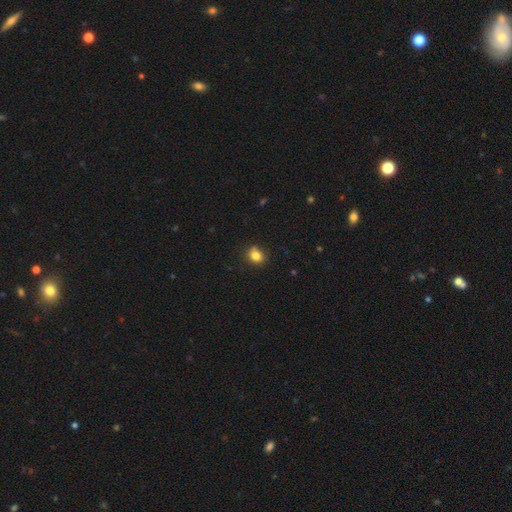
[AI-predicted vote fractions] Smooth or featured?
  - smooth: 83% *
  - star or artifact: 11%
  - featured or disk: 6%
How rounded?
  - round: 61% *
  - in between: 38%
  - cigar-shaped: 1%
Merging?
  - none: 79% *
  - minor disturbance: 14%
  - merger: 4%
  - major disturbance: 3%